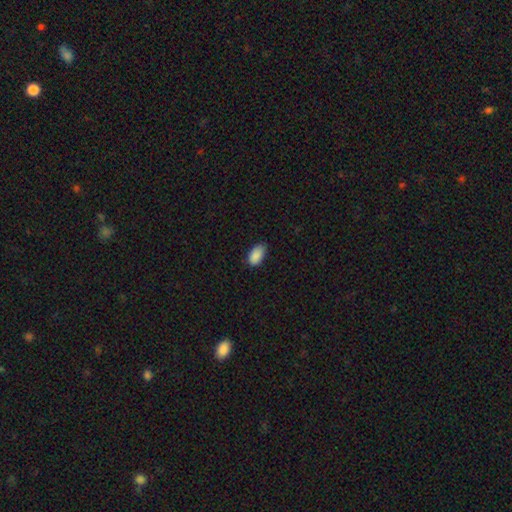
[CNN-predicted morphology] Smooth or featured: smooth — 89% (star or artifact — 7%)
How rounded: in between — 94% (round — 4%)
Merging: none — 72% (minor disturbance — 23%)